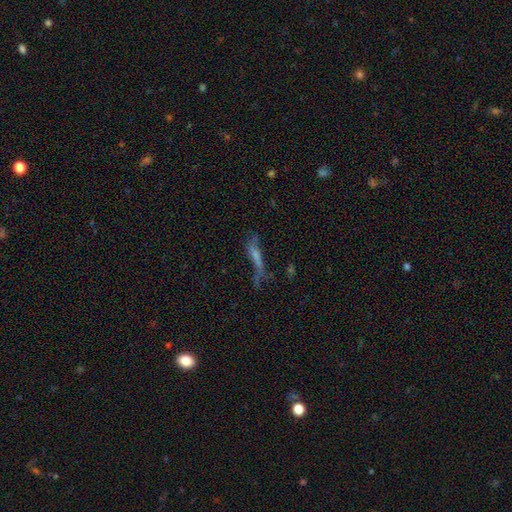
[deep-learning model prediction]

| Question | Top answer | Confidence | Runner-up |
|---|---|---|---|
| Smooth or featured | smooth | 40% | featured or disk (38%) |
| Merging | none | 42% | major disturbance (27%) |